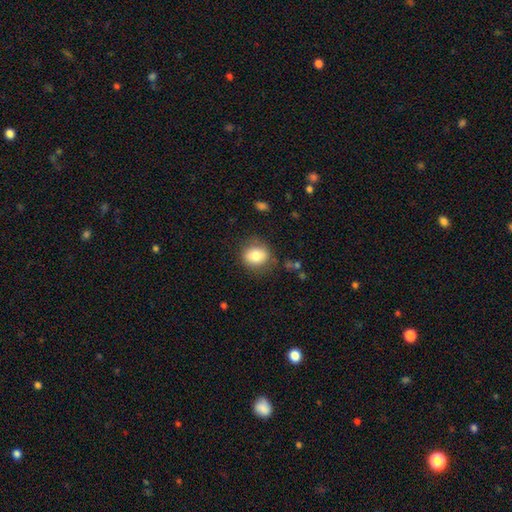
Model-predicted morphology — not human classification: The model was most divided on "how rounded": round: 69%, in between: 30%, cigar-shaped: 1%. More confident: smooth or featured — smooth (80%); merging — none (78%).